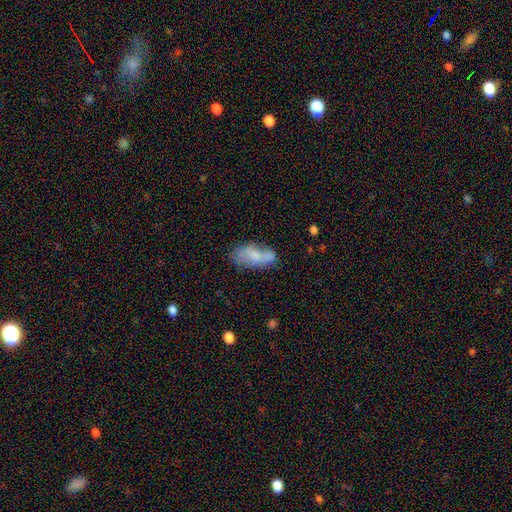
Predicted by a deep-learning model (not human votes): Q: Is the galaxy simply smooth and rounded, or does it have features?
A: smooth — 61%.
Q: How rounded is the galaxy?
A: in between — 87%.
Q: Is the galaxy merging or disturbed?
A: none — 46%.